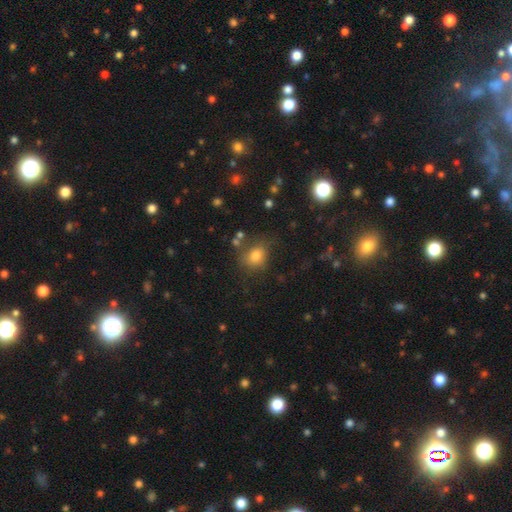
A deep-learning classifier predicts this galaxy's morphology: smooth 77%, star or artifact 14%, featured or disk 9%. Down the decision tree: how rounded — round (63%); merging — none (68%).